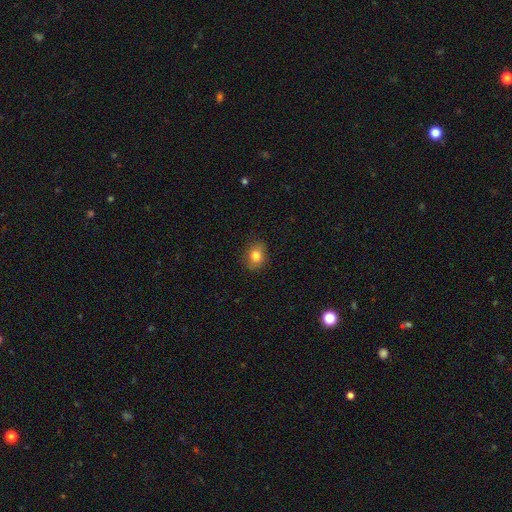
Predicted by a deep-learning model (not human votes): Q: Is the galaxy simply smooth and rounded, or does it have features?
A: smooth — 81%.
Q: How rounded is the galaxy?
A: in between — 51%.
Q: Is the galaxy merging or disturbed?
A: none — 84%.